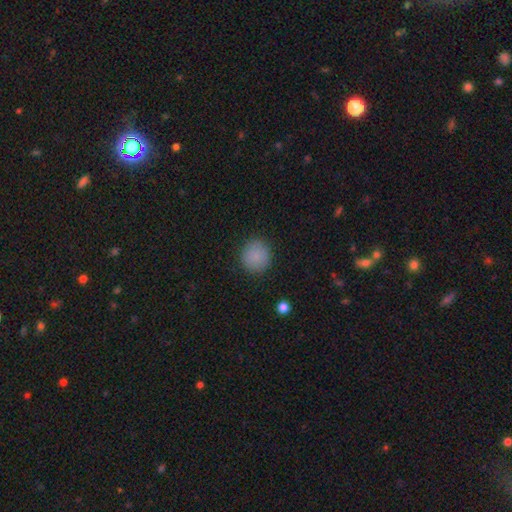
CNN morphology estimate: smooth 86%, star or artifact 9%, featured or disk 5%. Down the decision tree: how rounded — round (91%); merging — none (88%).